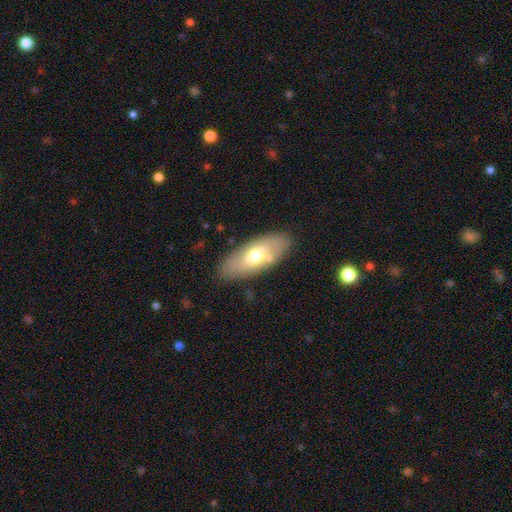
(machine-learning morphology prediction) smooth_or_featured: smooth (p=0.60) [alt: featured or disk p=0.33]
how_rounded: in between (p=0.85) [alt: cigar-shaped p=0.13]
merging: none (p=0.80) [alt: minor disturbance p=0.12]